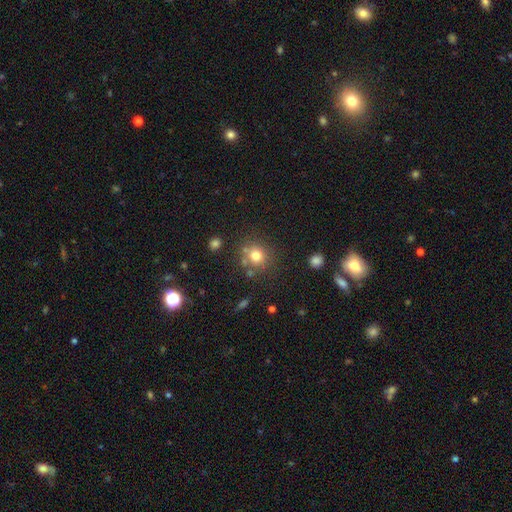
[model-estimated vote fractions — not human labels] Smooth or featured: smooth — 75% (star or artifact — 15%)
How rounded: round — 87% (in between — 13%)
Merging: none — 74% (minor disturbance — 11%)